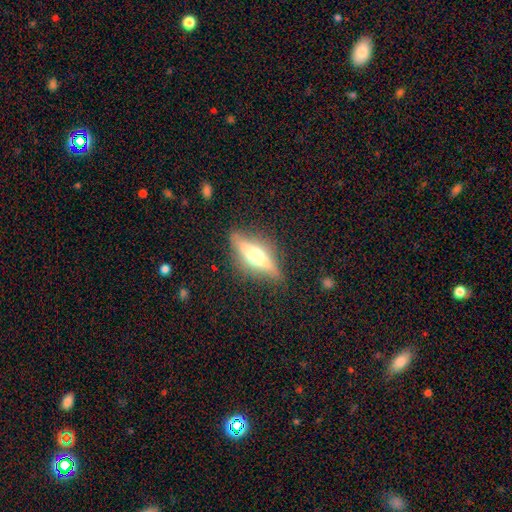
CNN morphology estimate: This is likely a featured or disk galaxy (67%). It is clearly viewed edge-on (90%). Edge-on bulge: clearly rounded (92%). Merging: clearly none (83%).